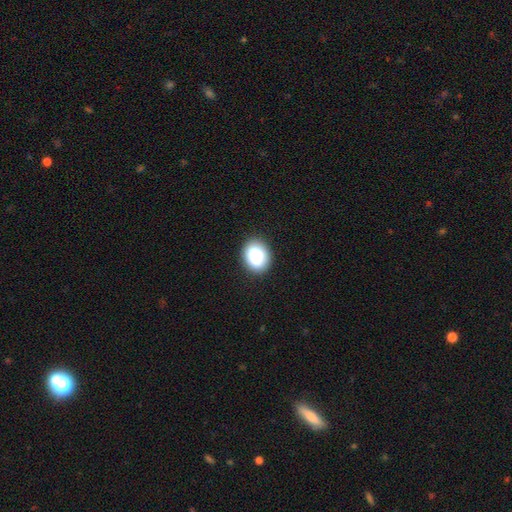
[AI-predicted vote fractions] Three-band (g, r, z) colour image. It shows a smooth galaxy with no disk features (86%) that is in between round and cigar-shaped (56%). Merging: none (85%).